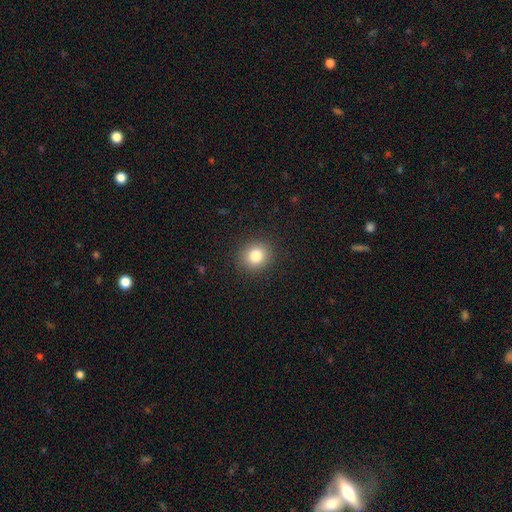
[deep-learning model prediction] Q: Smooth or featured?
A: smooth (83%); runner-up: star or artifact (10%)
Q: How rounded?
A: round (79%); runner-up: in between (20%)
Q: Merging?
A: none (90%); runner-up: minor disturbance (7%)